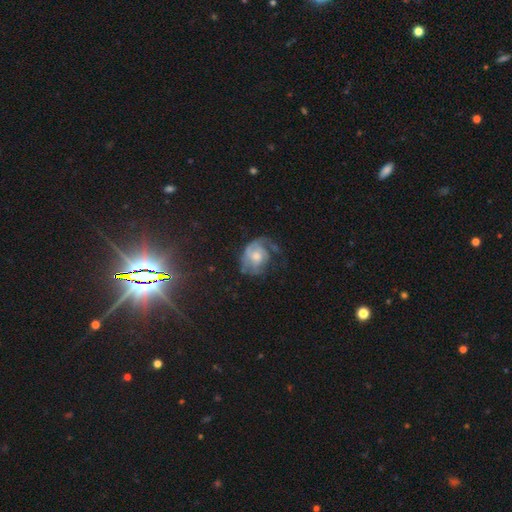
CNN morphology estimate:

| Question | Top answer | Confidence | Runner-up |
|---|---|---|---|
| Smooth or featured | featured or disk | 68% | smooth (24%) |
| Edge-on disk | no | 97% | yes (3%) |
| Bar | no | 75% | weak (21%) |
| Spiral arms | yes | 80% | no (20%) |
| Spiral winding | tight | 43% | medium (36%) |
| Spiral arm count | can't tell | 33% | 2 (30%) |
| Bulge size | moderate | 59% | small (28%) |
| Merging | none | 40% | major disturbance (32%) |